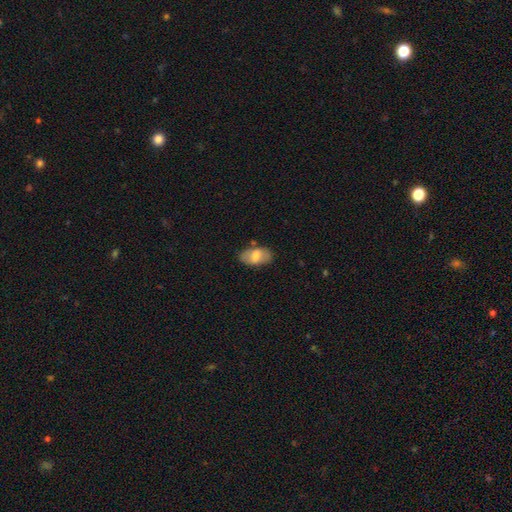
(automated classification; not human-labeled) Smooth or featured?
  - smooth: 69% *
  - featured or disk: 24%
  - star or artifact: 6%
How rounded?
  - in between: 93% *
  - round: 4%
  - cigar-shaped: 2%
Merging?
  - none: 76% *
  - minor disturbance: 17%
  - major disturbance: 4%
  - merger: 3%